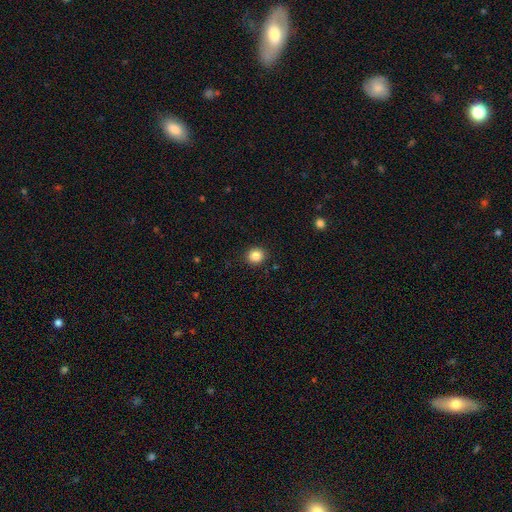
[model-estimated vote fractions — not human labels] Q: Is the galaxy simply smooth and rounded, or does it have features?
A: smooth — 85%.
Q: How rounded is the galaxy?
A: round — 85%.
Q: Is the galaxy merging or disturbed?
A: none — 91%.